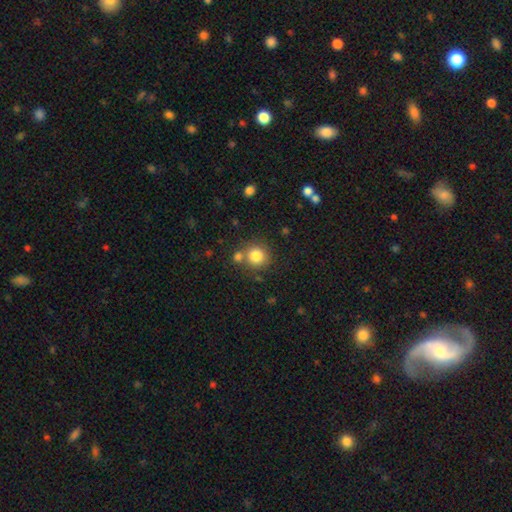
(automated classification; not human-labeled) This is clearly a smooth galaxy (82%). How rounded: clearly round (90%). Merging: likely none (69%).